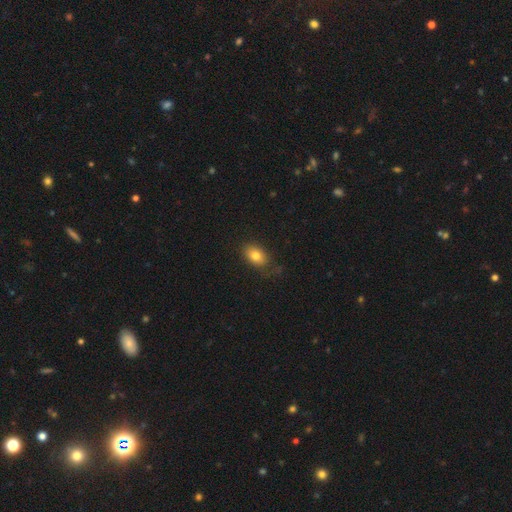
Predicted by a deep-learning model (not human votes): This appears to be a smooth galaxy with no disk features (80%) that is in between round and cigar-shaped (83%). Merging: none (72%).